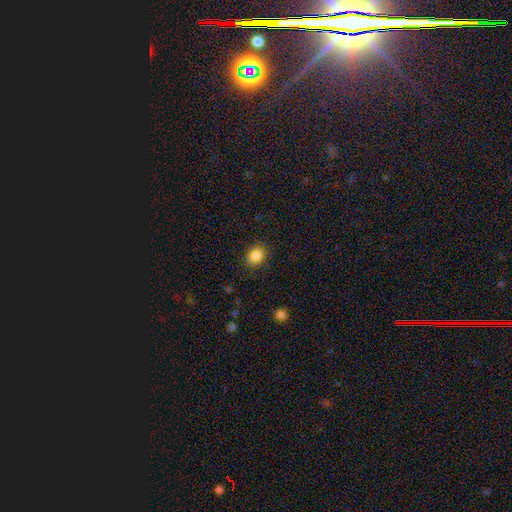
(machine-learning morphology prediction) Smooth or featured?
  - smooth: 86% *
  - star or artifact: 9%
  - featured or disk: 4%
How rounded?
  - in between: 52% *
  - round: 47%
  - cigar-shaped: 1%
Merging?
  - none: 86% *
  - minor disturbance: 10%
  - major disturbance: 3%
  - merger: 1%